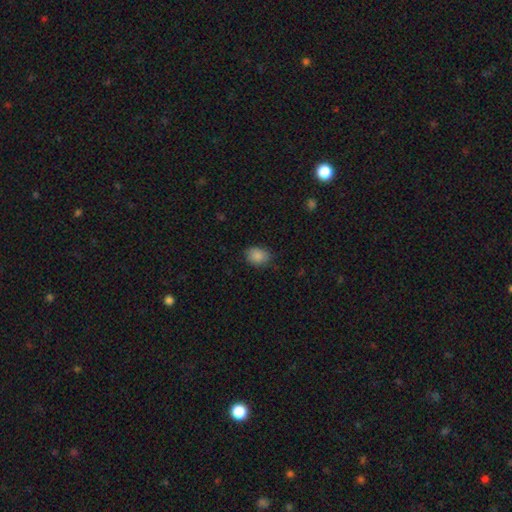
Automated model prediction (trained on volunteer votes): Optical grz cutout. It shows a smooth galaxy with no disk features (87%) that is in between round and cigar-shaped (65%). Merging: none (79%).